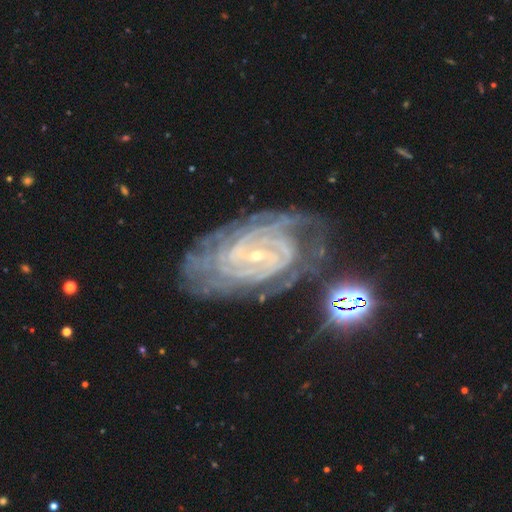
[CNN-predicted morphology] Overall: featured or disk (90%). Edge-on disk: no (97%). Bar: no (42%; weak 38%). Spiral arms: yes (98%). Spiral arm count: can't tell (23%; 2 20%). Spiral winding: tight (79%). Bulge size: small (85%). Merging: none (67%).